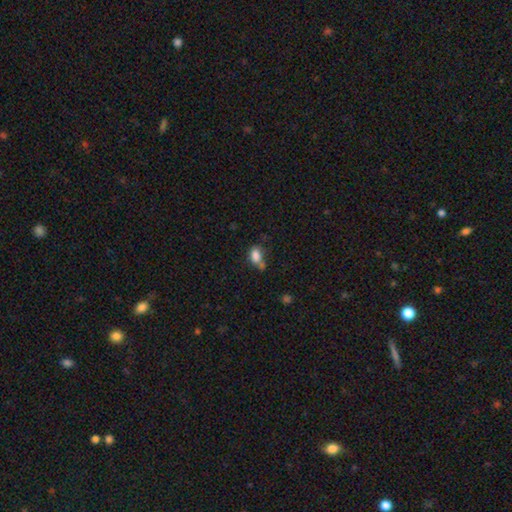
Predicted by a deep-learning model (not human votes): Smooth or featured: smooth — 82% (star or artifact — 11%)
How rounded: in between — 83% (round — 15%)
Merging: none — 41% (merger — 27%)